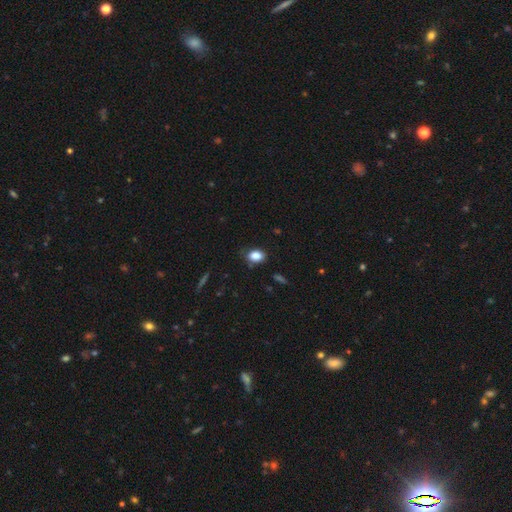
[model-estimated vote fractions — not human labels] The model was most divided on "merging": none: 74%, minor disturbance: 20%, major disturbance: 4%, merger: 1%. More confident: smooth or featured — smooth (86%); how rounded — in between (78%).